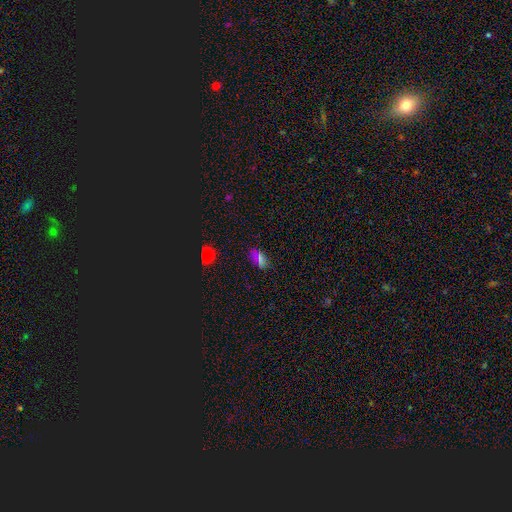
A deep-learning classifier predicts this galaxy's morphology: The model was most divided on "smooth or featured": smooth: 56%, star or artifact: 36%, featured or disk: 8%. More confident: merging — none (79%); how rounded — in between (79%).